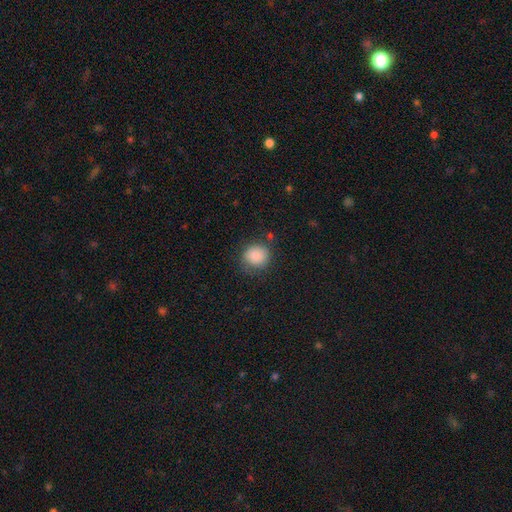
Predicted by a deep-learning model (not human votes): Smooth or featured?
  - smooth: 87% *
  - star or artifact: 9%
  - featured or disk: 5%
How rounded?
  - round: 83% *
  - in between: 16%
  - cigar-shaped: 1%
Merging?
  - none: 76% *
  - minor disturbance: 16%
  - major disturbance: 5%
  - merger: 2%